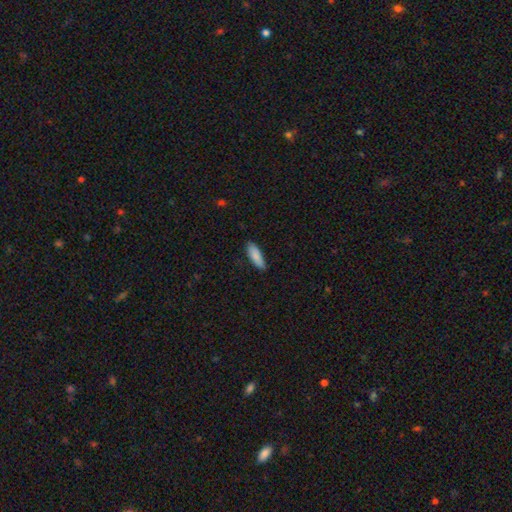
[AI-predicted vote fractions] Q: Smooth or featured?
A: smooth (88%); runner-up: featured or disk (7%)
Q: How rounded?
A: in between (58%); runner-up: cigar-shaped (40%)
Q: Merging?
A: none (83%); runner-up: minor disturbance (14%)